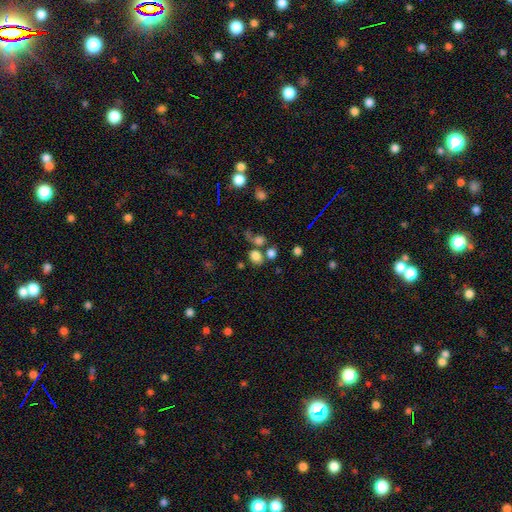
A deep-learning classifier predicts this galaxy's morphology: This appears to be a smooth galaxy with no disk features (77%) that is round (54%). Merging: none (51%).